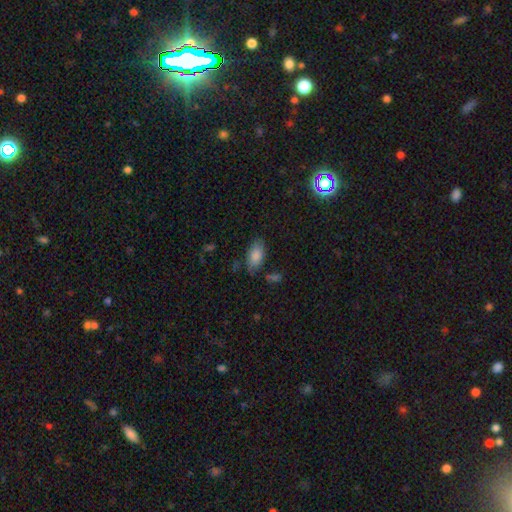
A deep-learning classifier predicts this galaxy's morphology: smooth_or_featured: smooth (p=0.83) [alt: featured or disk p=0.10]
how_rounded: in between (p=0.92) [alt: cigar-shaped p=0.06]
merging: none (p=0.71) [alt: minor disturbance p=0.20]